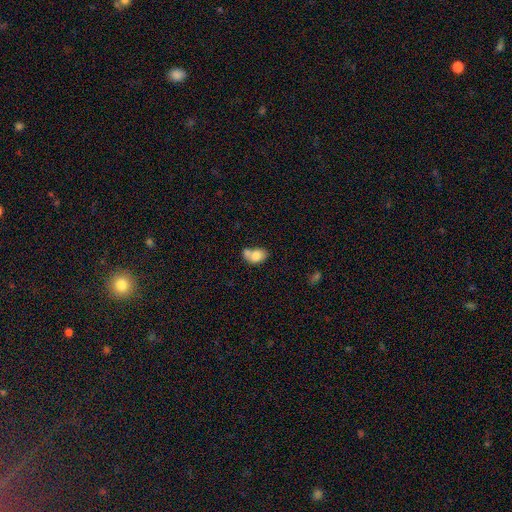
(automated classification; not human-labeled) Overall: smooth (78%). How rounded: in between (77%). Merging: merger (52%; none 28%).